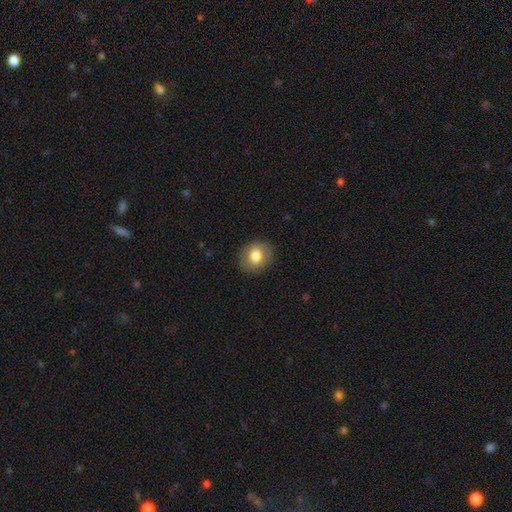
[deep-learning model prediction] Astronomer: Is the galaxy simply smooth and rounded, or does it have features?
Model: smooth — 78%.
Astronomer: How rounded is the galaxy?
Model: round — 67%.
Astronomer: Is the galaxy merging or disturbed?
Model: none — 87%.